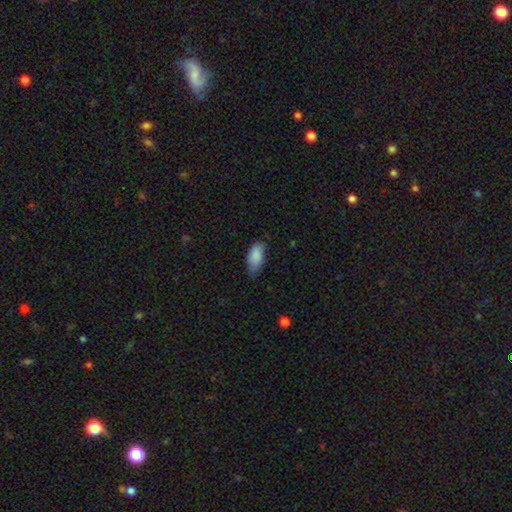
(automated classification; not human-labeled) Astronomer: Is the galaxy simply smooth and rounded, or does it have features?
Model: smooth — 88%.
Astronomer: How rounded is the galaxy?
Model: in between — 92%.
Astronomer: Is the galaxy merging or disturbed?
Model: none — 65%.